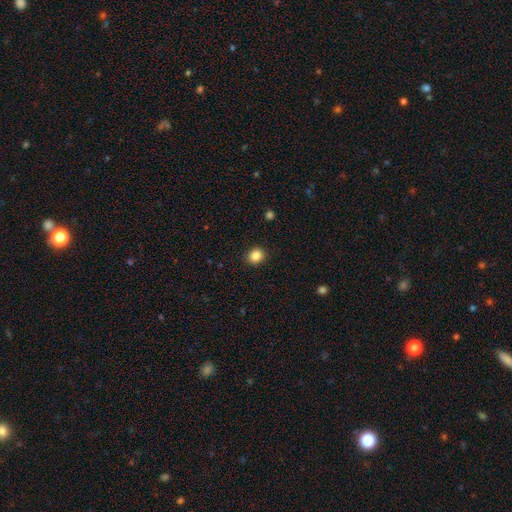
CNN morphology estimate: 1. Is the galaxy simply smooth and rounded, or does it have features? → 85% smooth, 10% star or artifact, 5% featured or disk.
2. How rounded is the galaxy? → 70% round, 29% in between, 1% cigar-shaped.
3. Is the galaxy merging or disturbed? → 91% none, 6% minor disturbance, 2% major disturbance, 1% merger.